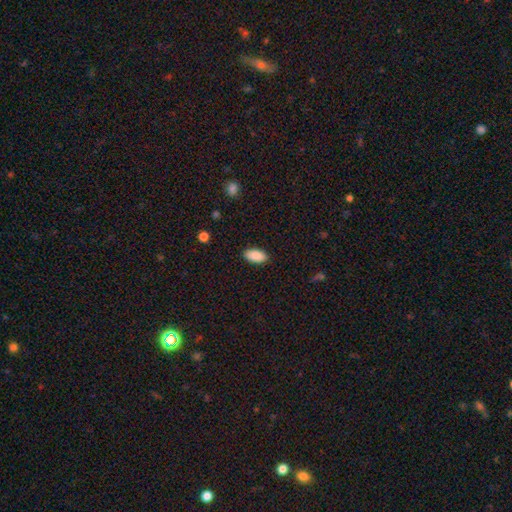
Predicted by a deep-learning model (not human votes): Smooth or featured: smooth — 90% (star or artifact — 7%)
How rounded: in between — 93% (cigar-shaped — 4%)
Merging: none — 88% (minor disturbance — 9%)